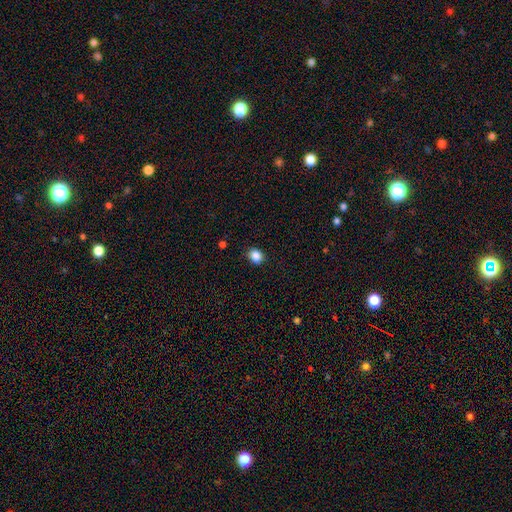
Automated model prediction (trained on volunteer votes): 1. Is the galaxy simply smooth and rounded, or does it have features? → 86% smooth, 10% star or artifact, 3% featured or disk.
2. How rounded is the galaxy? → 64% round, 35% in between, 1% cigar-shaped.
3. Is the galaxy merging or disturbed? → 84% none, 13% minor disturbance, 3% major disturbance, 1% merger.